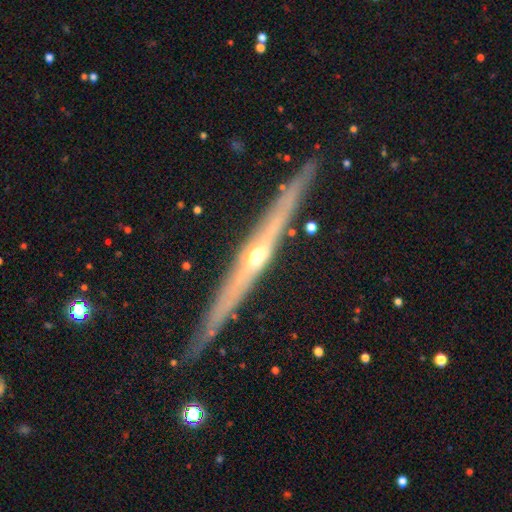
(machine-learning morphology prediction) A featured or disk galaxy (82%) viewed edge-on (97%) with a rounded central bulge (80%).

Vote fractions:
- Smooth or featured? featured or disk: 82% / smooth: 12% / star or artifact: 6%
- Edge-on disk? yes: 97% / no: 3%
- Edge-on bulge? rounded: 80% / none: 17% / boxy: 3%
- Merging? none: 88% / minor disturbance: 9% / major disturbance: 2% / merger: 1%